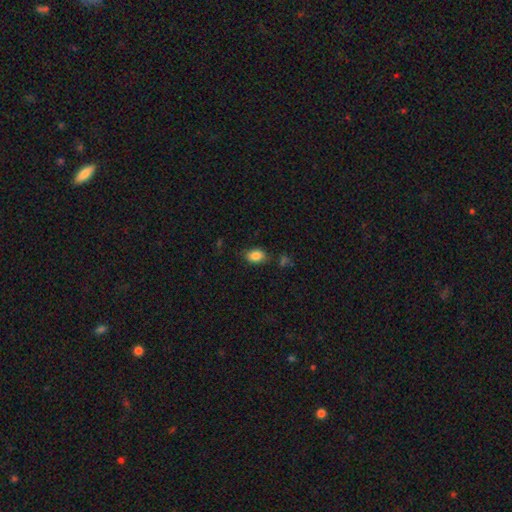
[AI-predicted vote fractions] This appears to be a smooth galaxy with no disk features (85%) that is in between round and cigar-shaped (82%). Merging: none (77%).